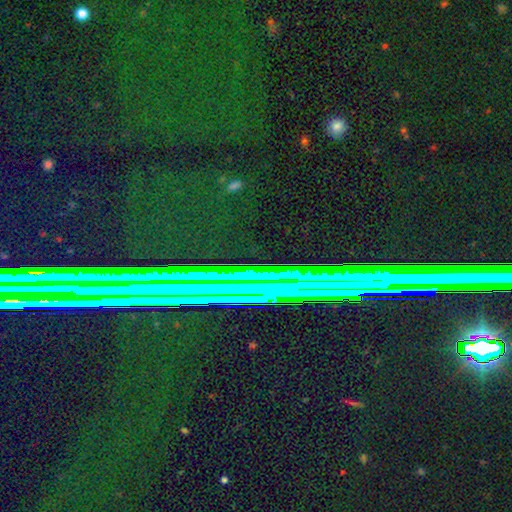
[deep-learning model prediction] Smooth or featured?
  - star or artifact: 81% *
  - featured or disk: 10%
  - smooth: 9%